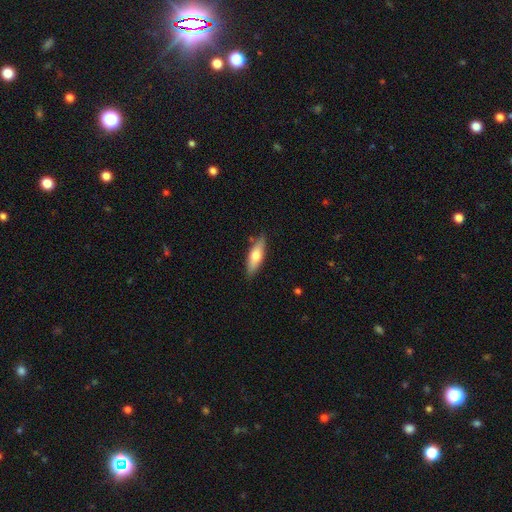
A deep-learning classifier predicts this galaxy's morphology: smooth 65%, featured or disk 29%, star or artifact 6%. Down the decision tree: how rounded — in between (52%); merging — none (84%).